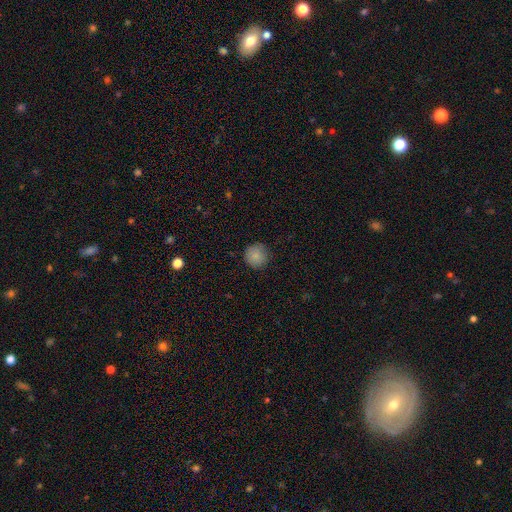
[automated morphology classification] This appears to be a smooth galaxy with no disk features (85%) that is round (95%). Merging: none (87%).